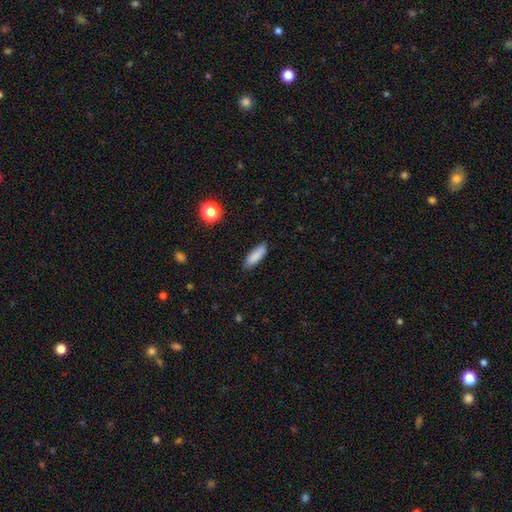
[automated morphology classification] Q: Smooth or featured?
A: smooth (86%); runner-up: star or artifact (7%)
Q: How rounded?
A: in between (51%); runner-up: cigar-shaped (47%)
Q: Merging?
A: none (86%); runner-up: minor disturbance (11%)